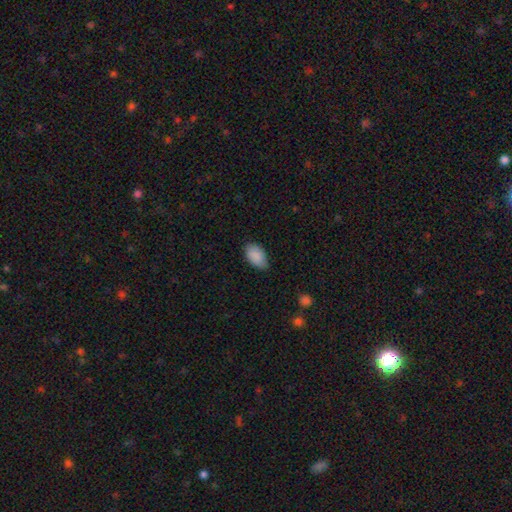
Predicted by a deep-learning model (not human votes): This is clearly a smooth galaxy (89%). How rounded: clearly in between (94%). Merging: likely none (72%).